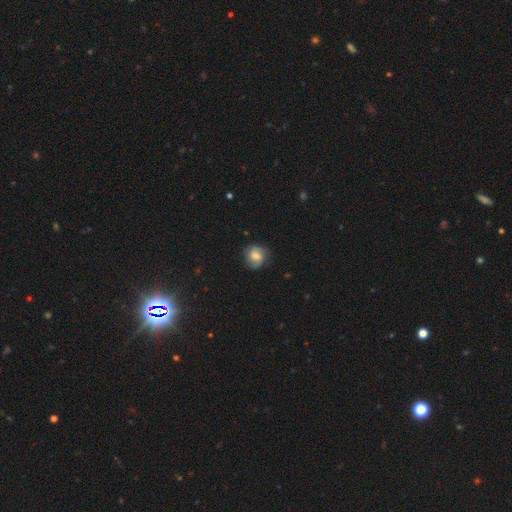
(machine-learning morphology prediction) This appears to be a smooth galaxy with no disk features (53%) that is round (73%). Merging: none (72%).